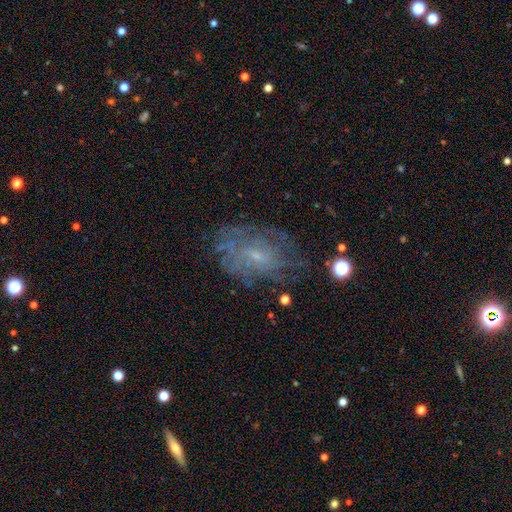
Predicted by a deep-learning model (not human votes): smooth_or_featured: featured or disk (p=0.62) [alt: smooth p=0.24]
disk_edge_on: no (p=0.96) [alt: yes p=0.04]
bar: no (p=0.65) [alt: weak p=0.30]
has_spiral_arms: yes (p=0.62) [alt: no p=0.38]
bulge_size: small (p=0.70) [alt: moderate p=0.19]
merging: none (p=0.63) [alt: minor disturbance p=0.21]